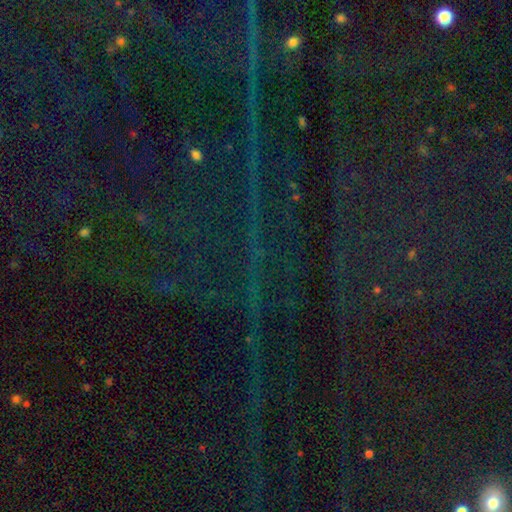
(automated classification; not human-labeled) The model was most divided on "smooth or featured": star or artifact: 84%, featured or disk: 8%, smooth: 8%.